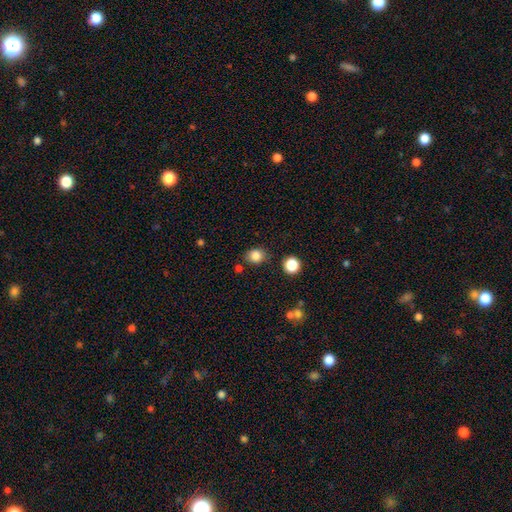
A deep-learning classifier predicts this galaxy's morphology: Q: Smooth or featured?
A: smooth (84%); runner-up: star or artifact (11%)
Q: How rounded?
A: round (65%); runner-up: in between (34%)
Q: Merging?
A: none (79%); runner-up: minor disturbance (13%)